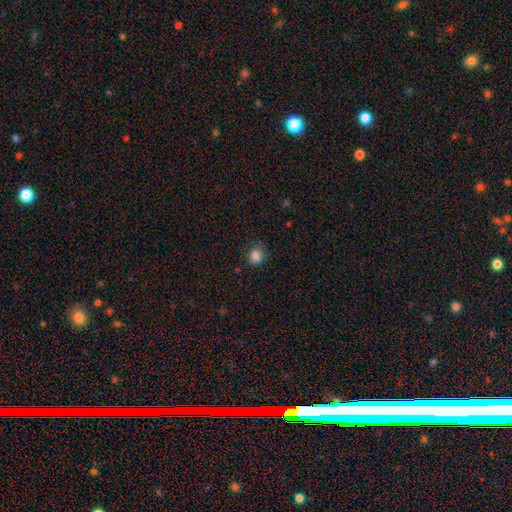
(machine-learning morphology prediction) smooth-or-featured: smooth: 84% | star or artifact: 11% | featured or disk: 5%
  how-rounded: round: 77% | in between: 22% | cigar-shaped: 1%
  merging: none: 74% | minor disturbance: 19% | major disturbance: 6% | merger: 1%